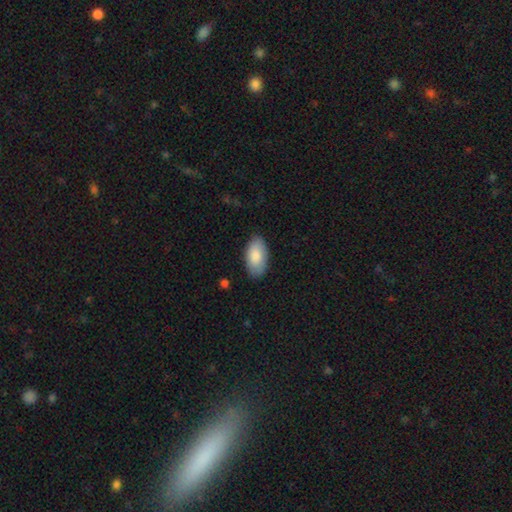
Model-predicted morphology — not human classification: Smooth or featured?
  - smooth: 86% *
  - featured or disk: 8%
  - star or artifact: 5%
How rounded?
  - in between: 95% *
  - round: 2%
  - cigar-shaped: 2%
Merging?
  - none: 85% *
  - minor disturbance: 12%
  - major disturbance: 2%
  - merger: 1%